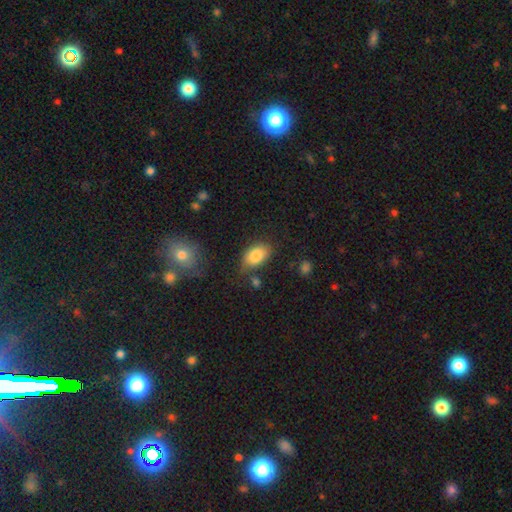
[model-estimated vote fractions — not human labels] This is clearly a smooth galaxy (84%). How rounded: clearly in between (91%). Merging: likely none (69%).